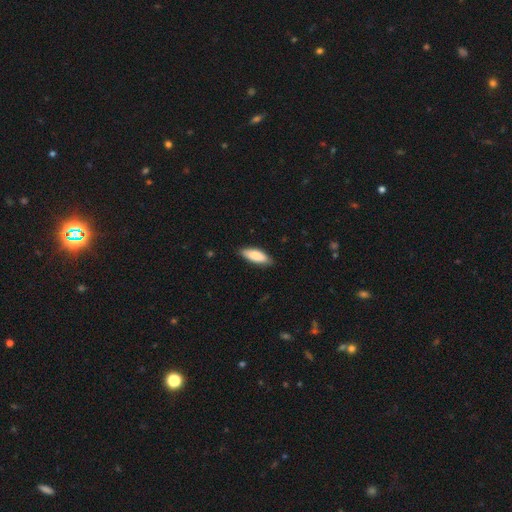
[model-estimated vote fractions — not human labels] This appears to be a smooth galaxy with no disk features (86%) that is in between round and cigar-shaped (68%). Merging: none (84%).